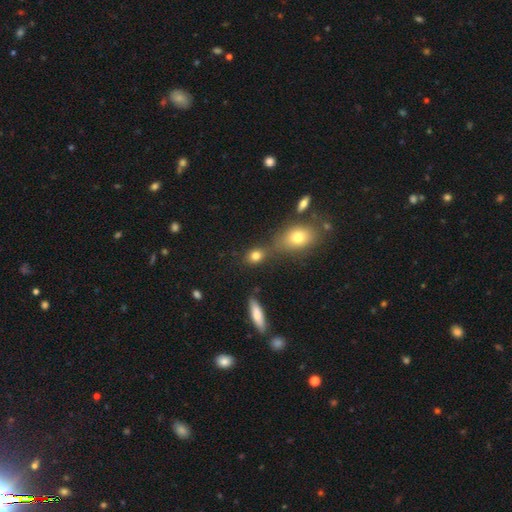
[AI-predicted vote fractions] Morphology: type=smooth (80%); roundness=in between (51%); merging=none (59%).